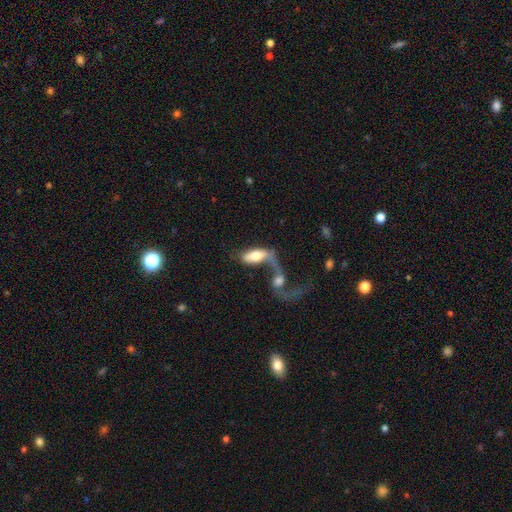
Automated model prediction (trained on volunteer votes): Smooth or featured? smooth (56%)
How rounded? in between (77%)
Merging? merger (68%)